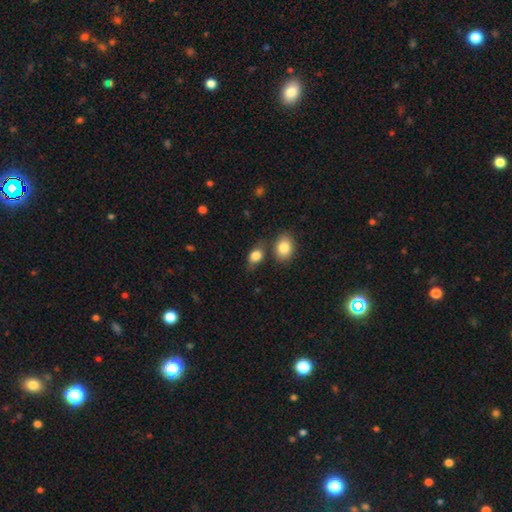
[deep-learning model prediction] Smooth or featured: smooth — 83% (featured or disk — 9%)
How rounded: in between — 76% (round — 22%)
Merging: none — 61% (merger — 17%)